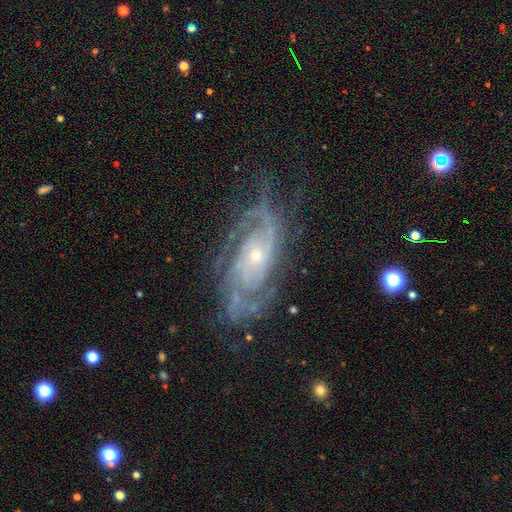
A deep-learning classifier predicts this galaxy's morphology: Overall: featured or disk (90%). Edge-on disk: no (95%). Bar: no (70%). Spiral arms: yes (97%). Spiral arm count: 2 (41%; 3 20%). Spiral winding: tight (55%; medium 37%). Bulge size: small (69%). Merging: none (68%).